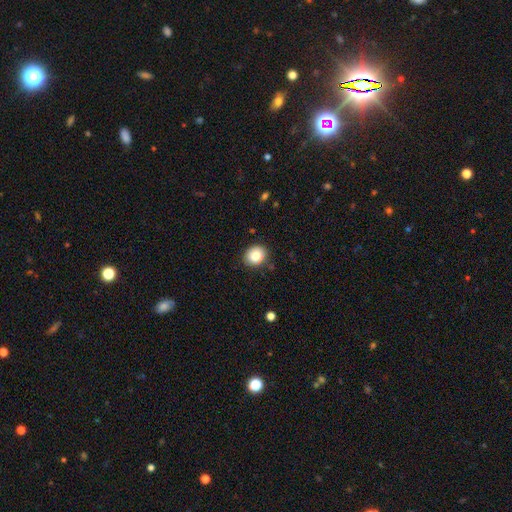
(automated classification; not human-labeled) Overall: smooth (82%). How rounded: round (75%). Merging: none (85%).